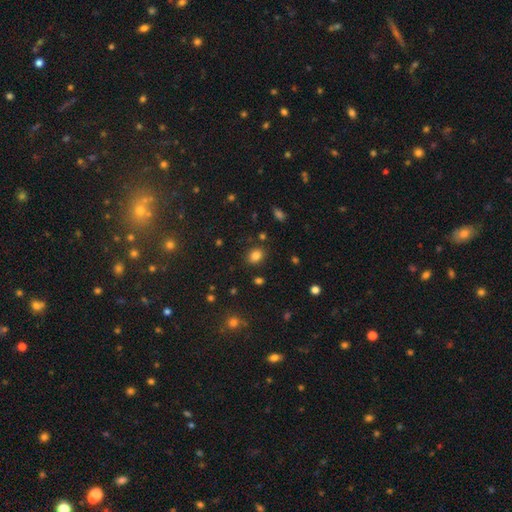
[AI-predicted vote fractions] Overall: smooth (81%). How rounded: round (51%; in between 48%). Merging: none (84%).